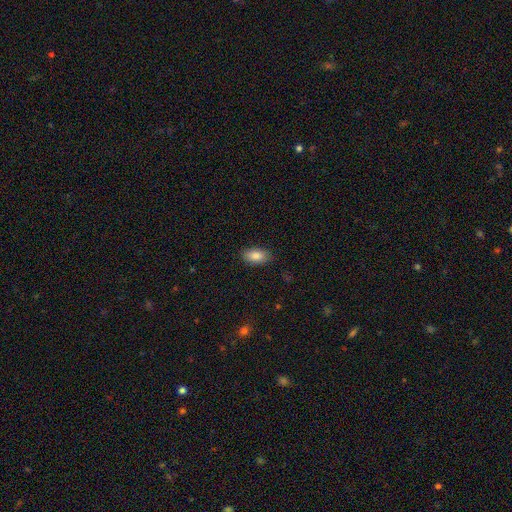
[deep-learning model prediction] Smooth or featured? smooth (87%)
How rounded? in between (91%)
Merging? none (87%)